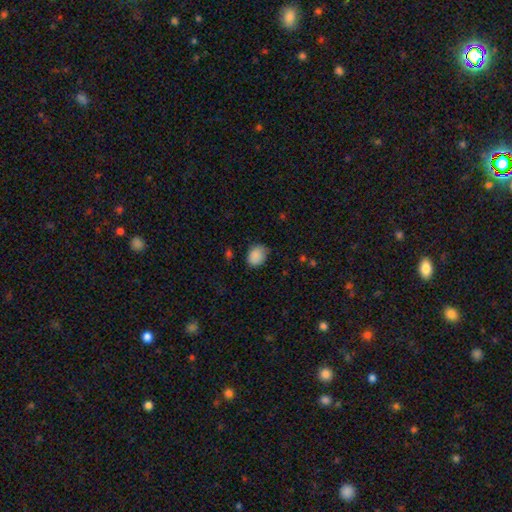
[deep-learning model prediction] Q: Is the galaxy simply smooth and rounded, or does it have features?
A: smooth — 88%.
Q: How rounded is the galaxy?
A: in between — 58%.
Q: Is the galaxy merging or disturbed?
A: none — 64%.